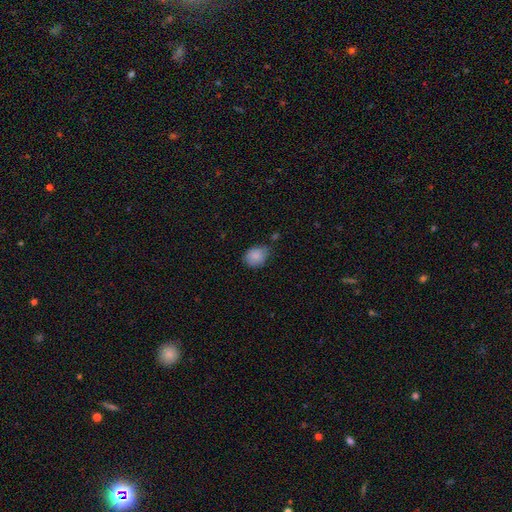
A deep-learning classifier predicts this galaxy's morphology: smooth-or-featured: smooth: 86% | star or artifact: 8% | featured or disk: 5%
  how-rounded: round: 50% | in between: 49% | cigar-shaped: 1%
  merging: none: 62% | minor disturbance: 30% | major disturbance: 5% | merger: 3%